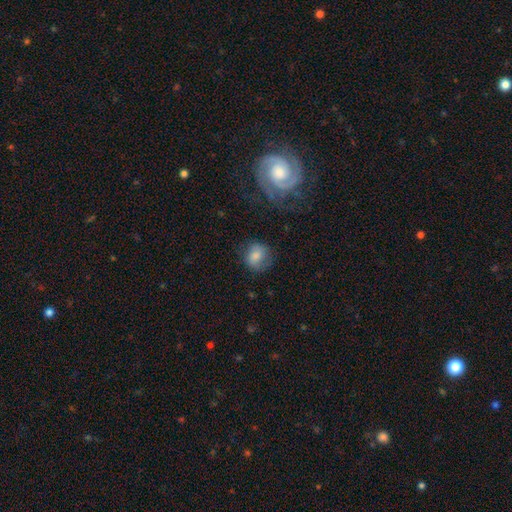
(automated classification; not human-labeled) The model was most divided on "merging": none: 70%, minor disturbance: 20%, major disturbance: 8%, merger: 2%. More confident: smooth or featured — smooth (77%); how rounded — round (76%).